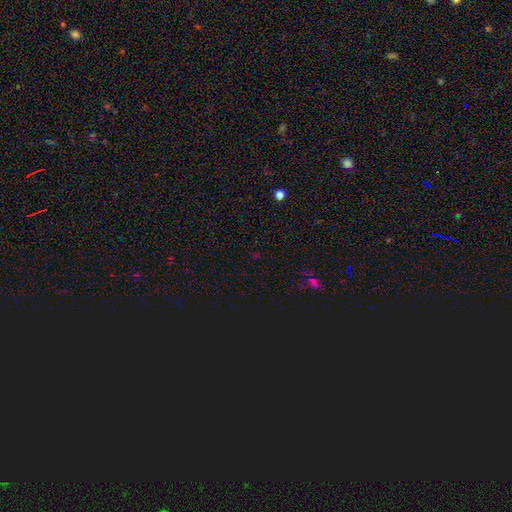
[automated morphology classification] This appears to be a star or artifact, not a galaxy (69%).